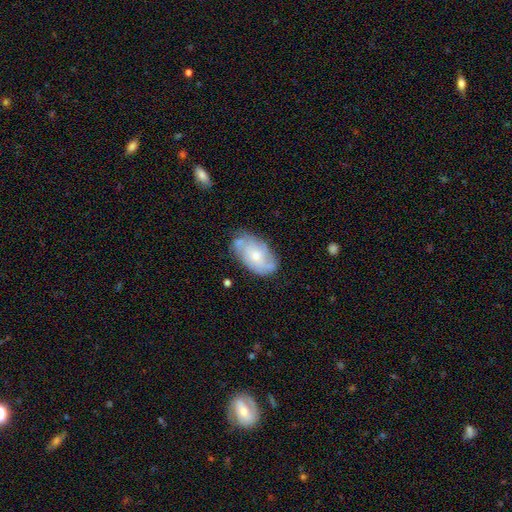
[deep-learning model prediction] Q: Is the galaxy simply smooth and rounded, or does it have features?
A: featured or disk — 54%.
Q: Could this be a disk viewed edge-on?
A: no — 94%.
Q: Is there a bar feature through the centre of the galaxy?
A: no — 78%.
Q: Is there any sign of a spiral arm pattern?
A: yes — 65%.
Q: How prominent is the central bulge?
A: small — 51%.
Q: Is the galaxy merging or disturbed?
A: none — 60%.